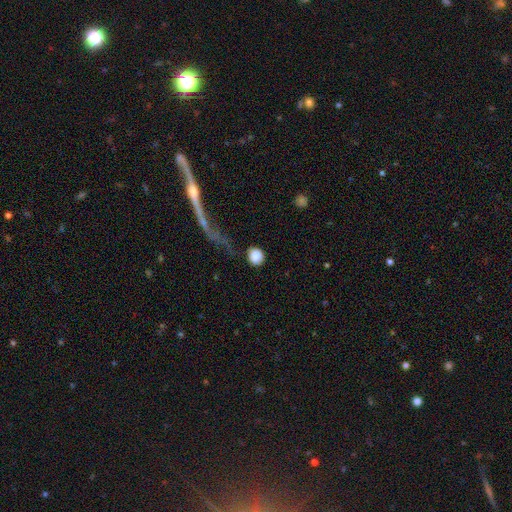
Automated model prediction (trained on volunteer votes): Smooth or featured? smooth (86%)
How rounded? round (90%)
Merging? none (68%)